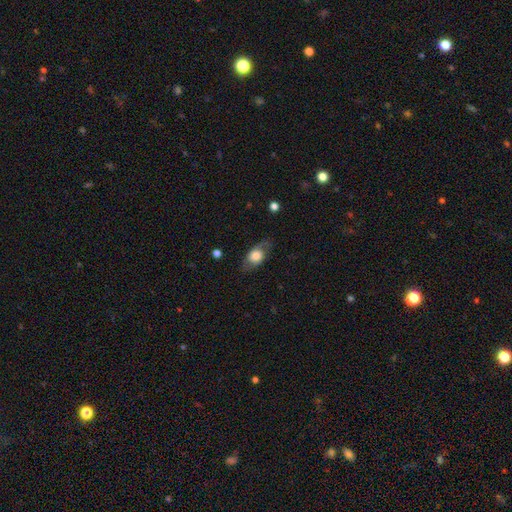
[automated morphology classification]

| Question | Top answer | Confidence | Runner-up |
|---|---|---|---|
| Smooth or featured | smooth | 55% | featured or disk (38%) |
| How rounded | in between | 75% | round (20%) |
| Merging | none | 73% | minor disturbance (18%) |